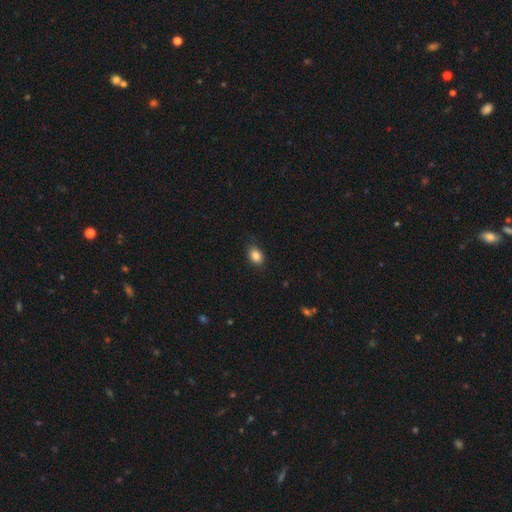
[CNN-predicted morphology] smooth 86%, star or artifact 9%, featured or disk 5%. Down the decision tree: how rounded — in between (72%); merging — none (83%).